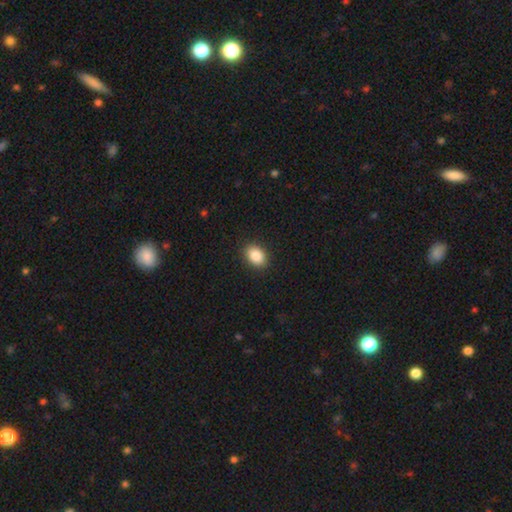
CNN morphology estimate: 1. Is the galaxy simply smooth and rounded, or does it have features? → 88% smooth, 8% star or artifact, 4% featured or disk.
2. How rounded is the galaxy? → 76% in between, 23% round, 1% cigar-shaped.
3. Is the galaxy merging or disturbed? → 90% none, 7% minor disturbance, 2% major disturbance, 1% merger.